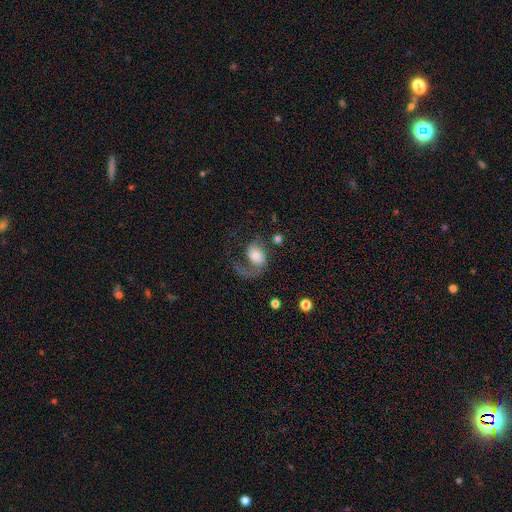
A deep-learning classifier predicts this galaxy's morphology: Overall: featured or disk (53%; smooth 38%). Edge-on disk: no (97%). Bar: no (69%). Spiral arms: yes (83%). Bulge size: moderate (41%; small 25%). Merging: major disturbance (49%; none 31%).